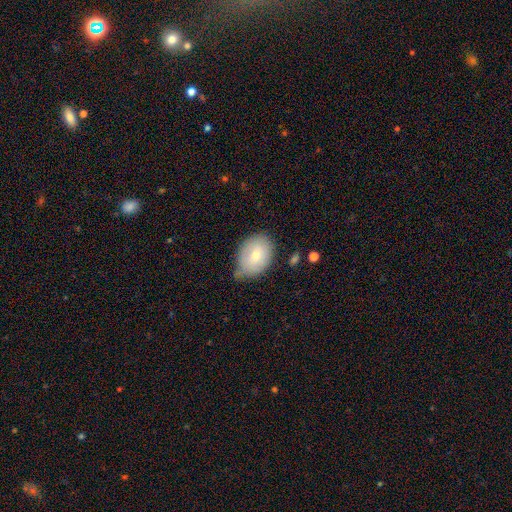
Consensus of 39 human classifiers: Overall: smooth (72%). How rounded: in between (68%; round 32%). Merging: none (65%; minor disturbance 27%).